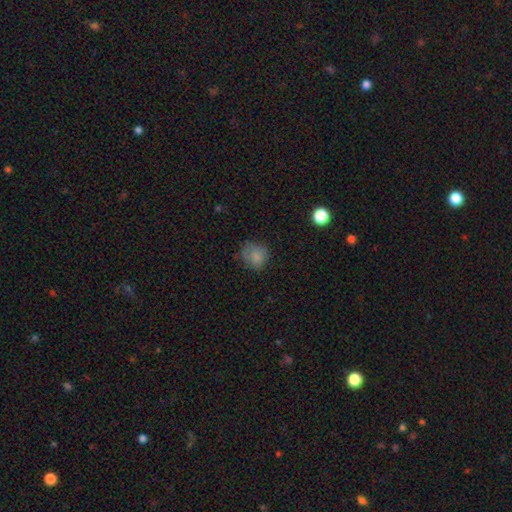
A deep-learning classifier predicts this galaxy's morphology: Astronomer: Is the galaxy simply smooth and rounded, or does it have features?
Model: smooth — 79%.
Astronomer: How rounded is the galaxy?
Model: round — 75%.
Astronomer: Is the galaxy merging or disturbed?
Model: none — 66%.